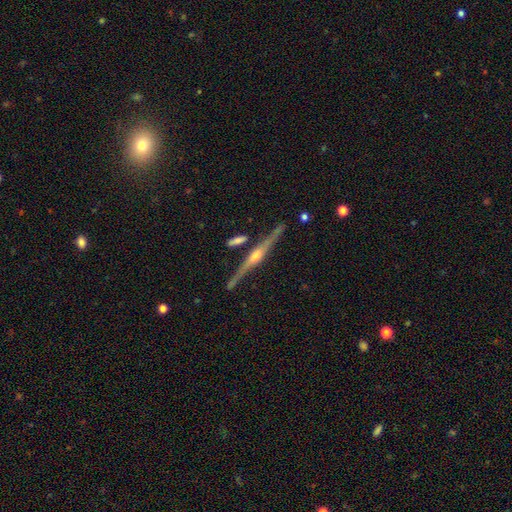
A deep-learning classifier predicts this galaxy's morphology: Smooth or featured: featured or disk — 87% (smooth — 8%)
Edge-on disk: yes — 98% (no — 2%)
Edge-on bulge: rounded — 87% (boxy — 7%)
Merging: none — 85% (minor disturbance — 8%)